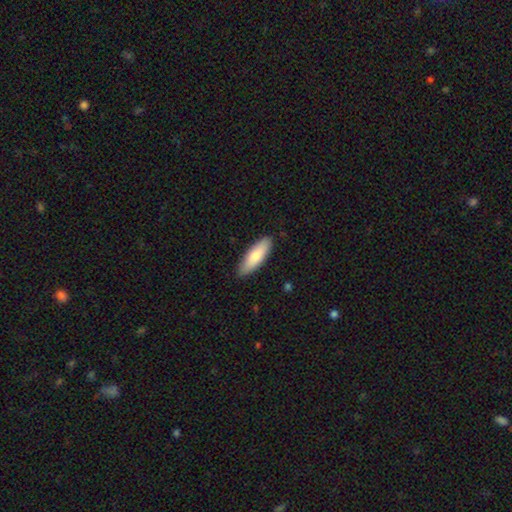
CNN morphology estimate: type=smooth (80%); roundness=in between (55%); merging=none (88%).